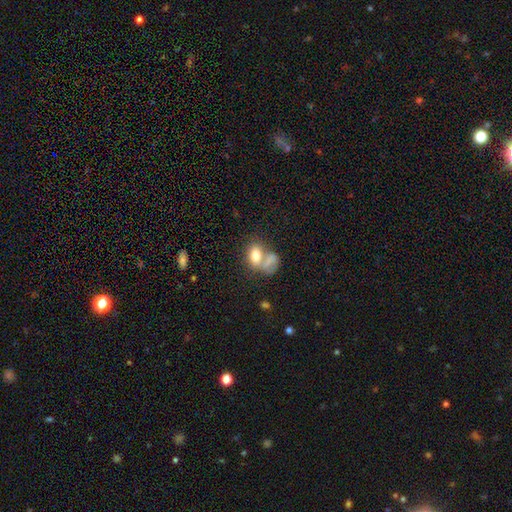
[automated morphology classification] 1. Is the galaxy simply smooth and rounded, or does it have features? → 75% smooth, 16% featured or disk, 9% star or artifact.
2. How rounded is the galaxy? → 77% in between, 21% round, 2% cigar-shaped.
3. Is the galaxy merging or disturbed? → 52% merger, 27% none, 11% minor disturbance, 10% major disturbance.